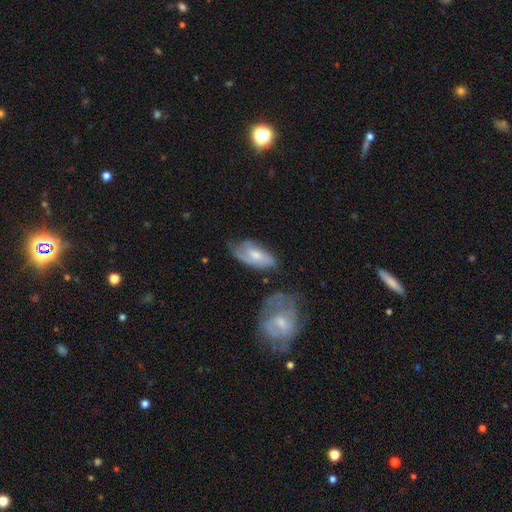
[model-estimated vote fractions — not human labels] Smooth or featured?
  - featured or disk: 51% *
  - smooth: 43%
  - star or artifact: 6%
Edge-on disk?
  - no: 90% *
  - yes: 10%
Merging?
  - none: 48% *
  - minor disturbance: 30%
  - major disturbance: 15%
  - merger: 7%